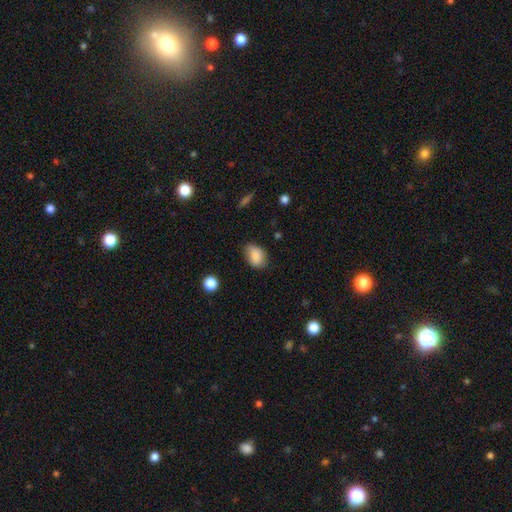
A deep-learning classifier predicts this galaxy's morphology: This is clearly a smooth galaxy (85%). How rounded: likely in between (75%). Merging: likely none (65%).